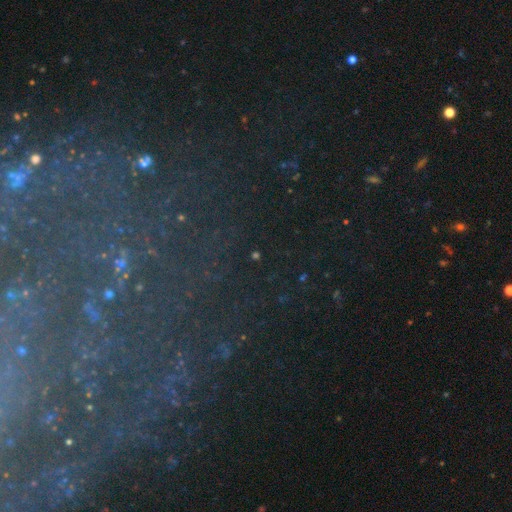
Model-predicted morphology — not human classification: Overall: star or artifact (74%).